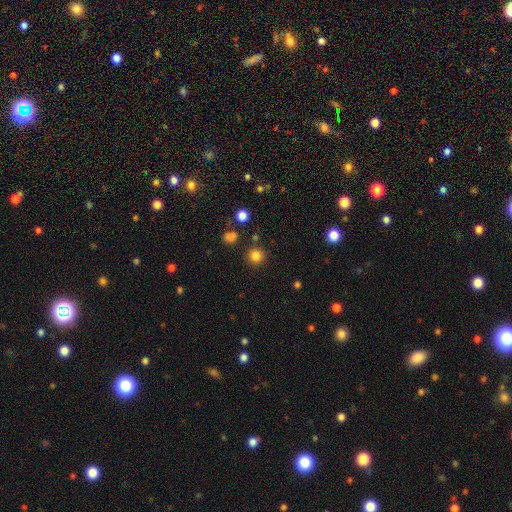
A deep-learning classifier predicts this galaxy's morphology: smooth 82%, star or artifact 13%, featured or disk 4%. Down the decision tree: how rounded — round (92%); merging — none (87%).